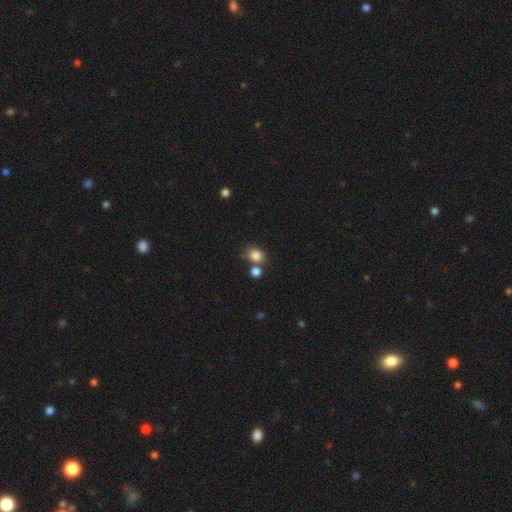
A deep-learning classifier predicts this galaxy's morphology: Q: Smooth or featured?
A: smooth (83%); runner-up: star or artifact (11%)
Q: How rounded?
A: round (57%); runner-up: in between (42%)
Q: Merging?
A: none (59%); runner-up: merger (23%)